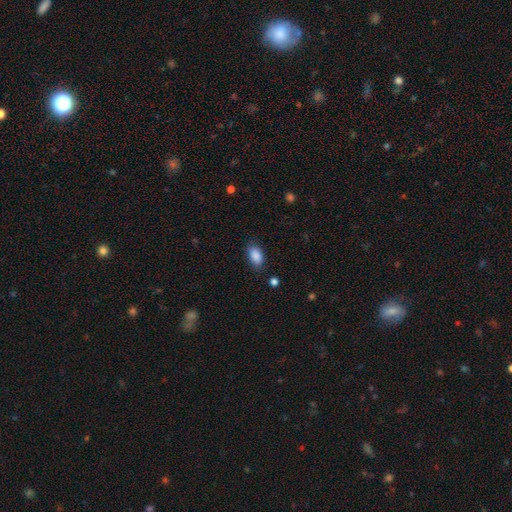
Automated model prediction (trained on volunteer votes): Q: Smooth or featured?
A: smooth (89%); runner-up: star or artifact (7%)
Q: How rounded?
A: in between (91%); runner-up: round (6%)
Q: Merging?
A: none (80%); runner-up: minor disturbance (15%)